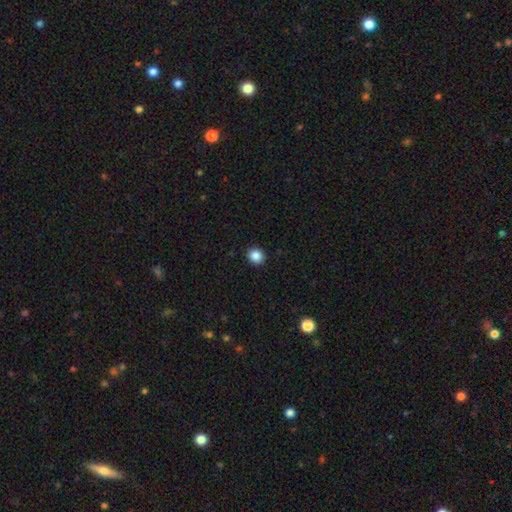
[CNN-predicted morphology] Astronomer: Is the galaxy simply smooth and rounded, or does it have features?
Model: smooth — 87%.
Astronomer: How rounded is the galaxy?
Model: round — 85%.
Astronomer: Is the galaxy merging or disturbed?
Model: none — 93%.